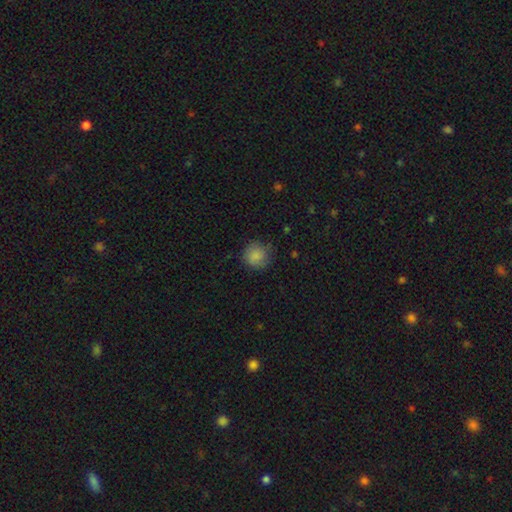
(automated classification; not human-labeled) A smooth galaxy with no disk features (84%) that is round (90%). Merging: none (77%).